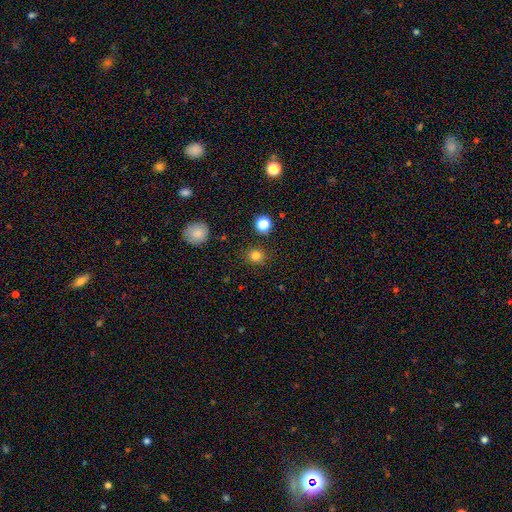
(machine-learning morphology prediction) This is clearly a smooth galaxy (81%). How rounded: clearly round (84%). Merging: clearly none (87%).